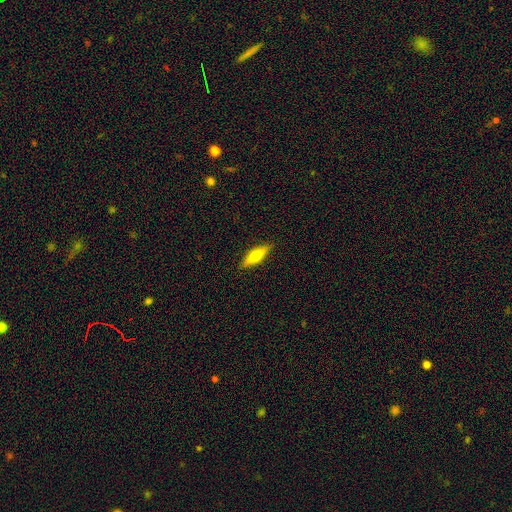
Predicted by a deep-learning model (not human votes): Morphology: type=smooth (50%); merging=none (89%).